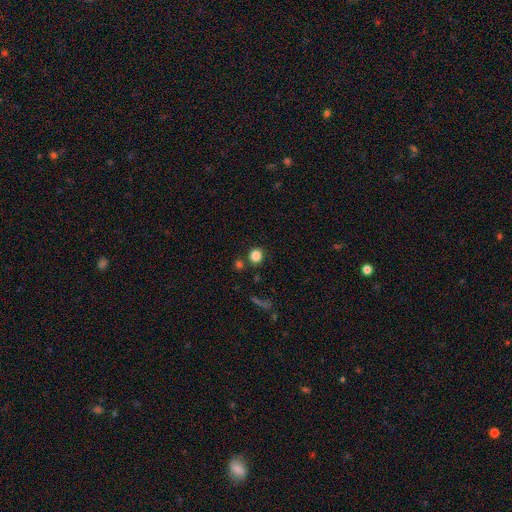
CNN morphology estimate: Smooth or featured? smooth (84%)
How rounded? round (86%)
Merging? none (82%)